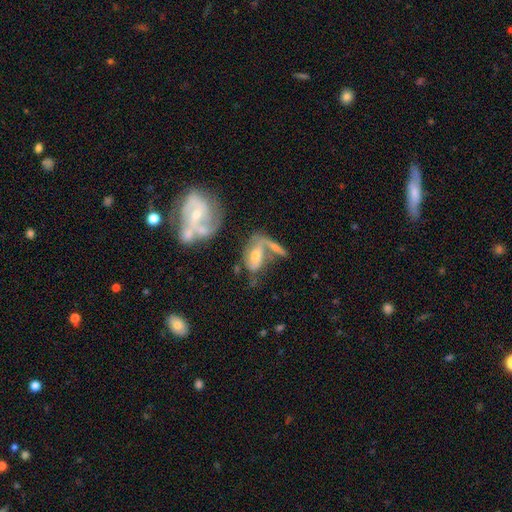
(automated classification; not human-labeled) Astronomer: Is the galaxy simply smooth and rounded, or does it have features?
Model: featured or disk — 63%.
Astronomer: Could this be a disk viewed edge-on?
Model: no — 91%.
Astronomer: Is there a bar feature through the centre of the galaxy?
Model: no — 49% (runner-up: weak, 35%).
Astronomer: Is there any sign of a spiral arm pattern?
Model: yes — 75%.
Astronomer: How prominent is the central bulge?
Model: moderate — 48% (runner-up: small, 41%).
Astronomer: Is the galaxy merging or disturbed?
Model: merger — 44% (runner-up: none, 24%).